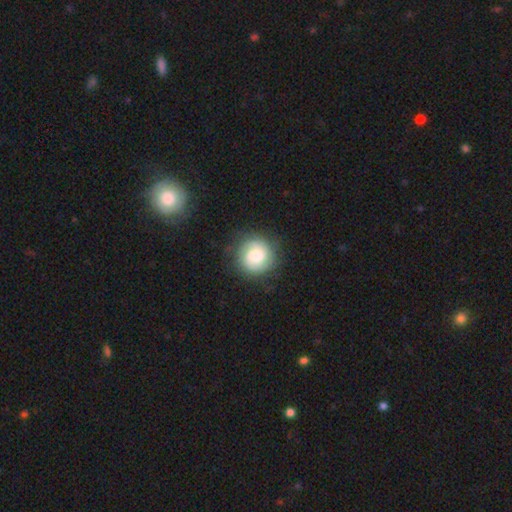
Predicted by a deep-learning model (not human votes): This appears to be a featured or disk galaxy (52%) with a weak bar (47%), spiral arms (89%) and a moderate central bulge (48%). Merging: none (80%).